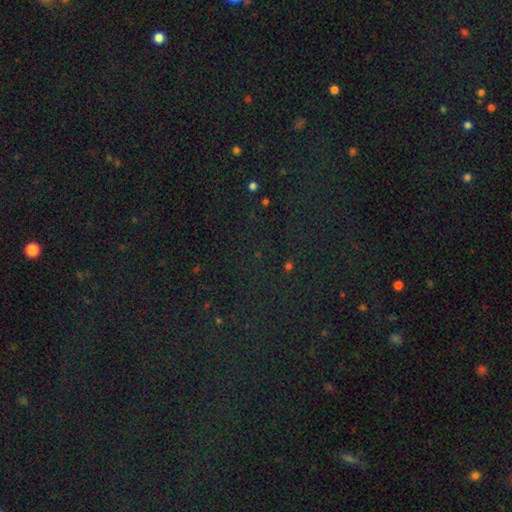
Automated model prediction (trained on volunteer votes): The model was most divided on "smooth or featured": star or artifact: 81%, smooth: 12%, featured or disk: 7%.